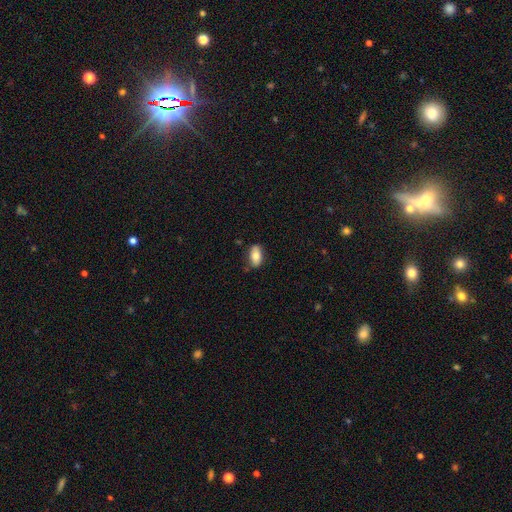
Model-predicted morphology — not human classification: Smooth or featured?
  - smooth: 79% *
  - featured or disk: 14%
  - star or artifact: 7%
How rounded?
  - in between: 90% *
  - cigar-shaped: 6%
  - round: 4%
Merging?
  - none: 80% *
  - minor disturbance: 16%
  - major disturbance: 3%
  - merger: 2%